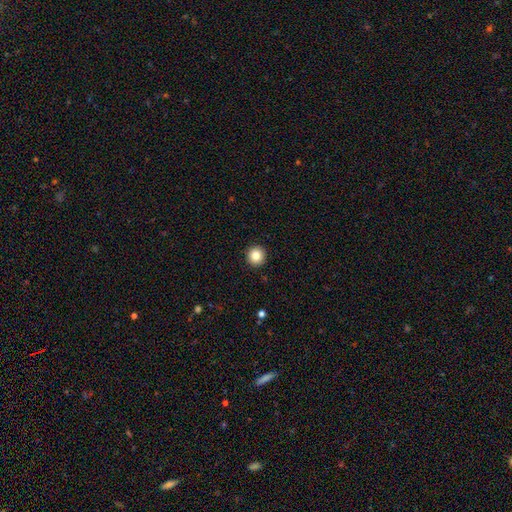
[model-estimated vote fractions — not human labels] This appears to be a smooth galaxy with no disk features (84%) that is round (95%). Merging: none (93%).